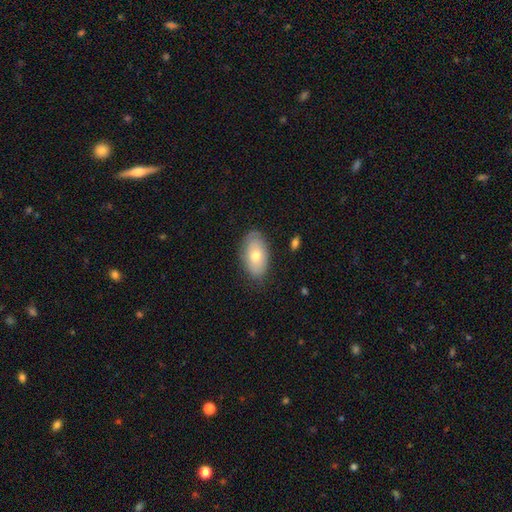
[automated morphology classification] This is likely a smooth galaxy (62%). How rounded: clearly in between (92%). Merging: likely none (77%).